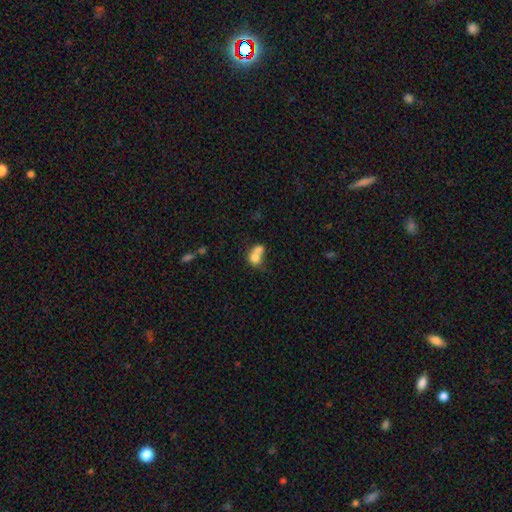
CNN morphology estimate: Overall: smooth (73%). How rounded: round (64%; in between 35%). Merging: merger (68%).